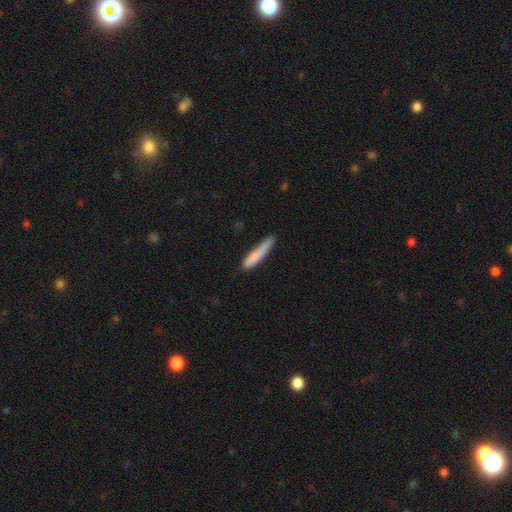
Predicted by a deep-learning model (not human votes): smooth 80%, featured or disk 14%, star or artifact 6%. Down the decision tree: how rounded — cigar-shaped (92%); merging — none (65%).